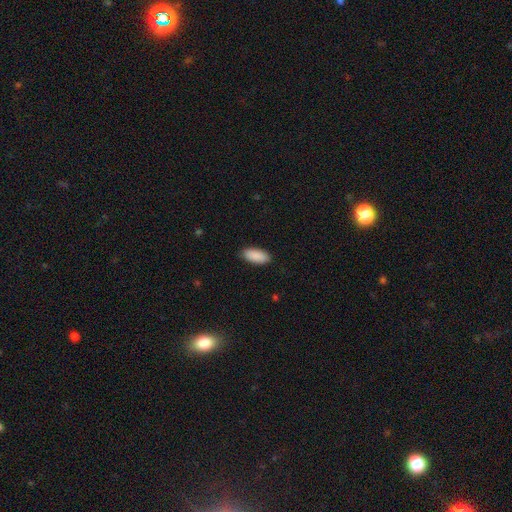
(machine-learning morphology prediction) This appears to be a smooth galaxy with no disk features (91%) that is in between round and cigar-shaped (89%). Merging: none (88%).